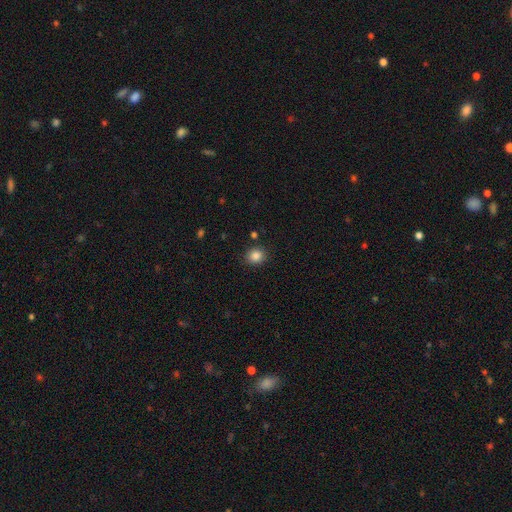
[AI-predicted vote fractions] smooth_or_featured: smooth (p=0.85) [alt: star or artifact p=0.11]
how_rounded: round (p=0.74) [alt: in between p=0.25]
merging: none (p=0.87) [alt: minor disturbance p=0.08]